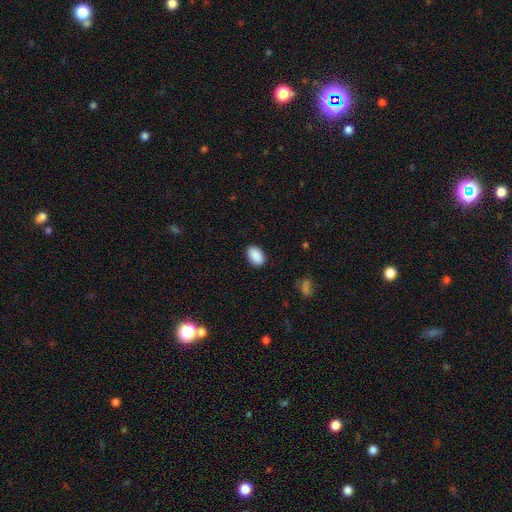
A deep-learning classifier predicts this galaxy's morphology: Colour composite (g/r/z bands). It shows a smooth galaxy with no disk features (91%) that is in between round and cigar-shaped (90%). Merging: none (88%).